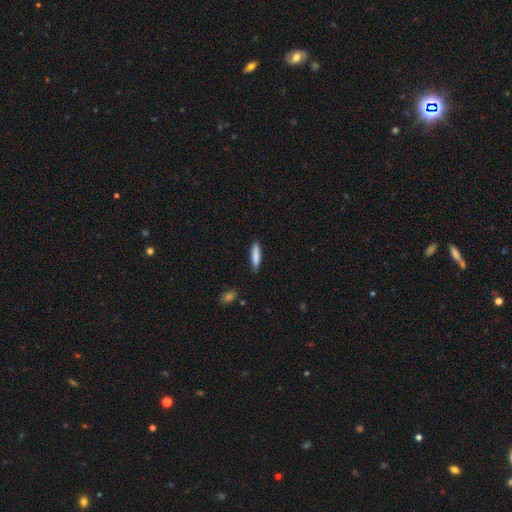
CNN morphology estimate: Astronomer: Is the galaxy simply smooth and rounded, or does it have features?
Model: smooth — 85%.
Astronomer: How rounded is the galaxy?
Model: cigar-shaped — 77%.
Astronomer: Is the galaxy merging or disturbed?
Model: none — 85%.